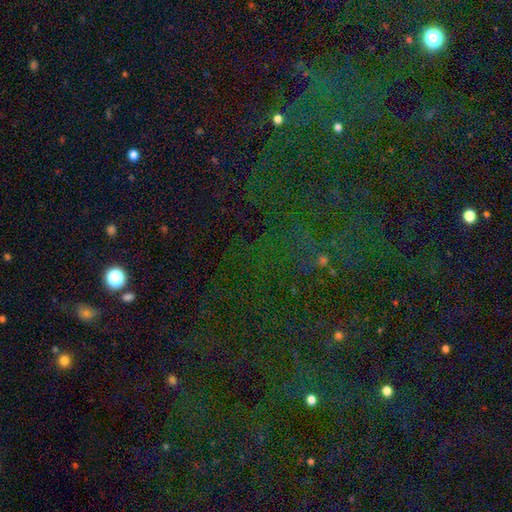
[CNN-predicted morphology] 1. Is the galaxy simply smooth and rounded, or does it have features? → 77% star or artifact, 15% smooth, 9% featured or disk.